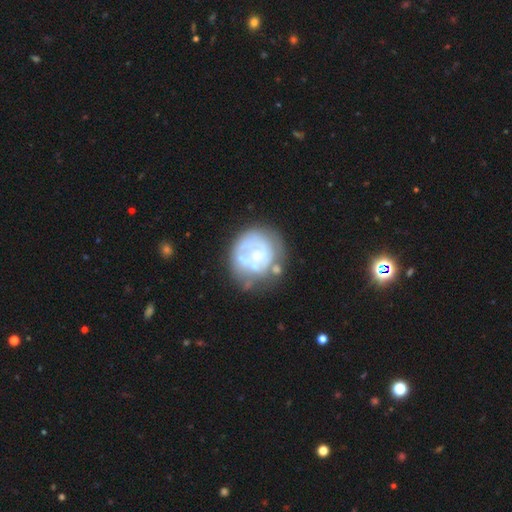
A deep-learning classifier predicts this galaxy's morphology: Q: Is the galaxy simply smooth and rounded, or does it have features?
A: featured or disk — 65%.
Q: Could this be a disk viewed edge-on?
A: no — 98%.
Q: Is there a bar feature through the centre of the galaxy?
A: no — 82%.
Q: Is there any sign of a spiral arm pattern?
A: no — 62%.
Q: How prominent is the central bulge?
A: small — 57%.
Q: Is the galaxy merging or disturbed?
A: none — 47%.